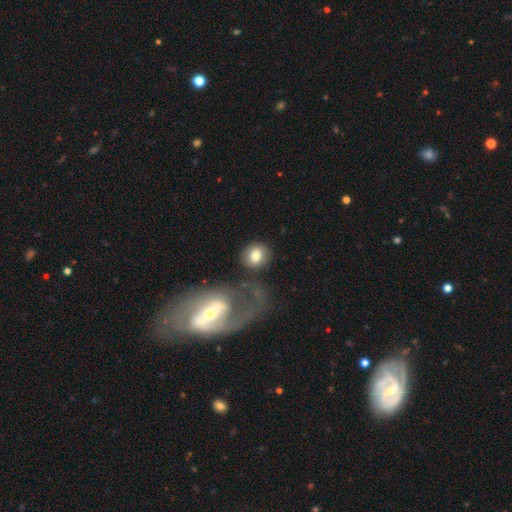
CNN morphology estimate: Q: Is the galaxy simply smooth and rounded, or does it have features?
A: smooth — 76%.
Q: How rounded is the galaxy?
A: round — 76%.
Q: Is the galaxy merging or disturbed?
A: none — 77%.